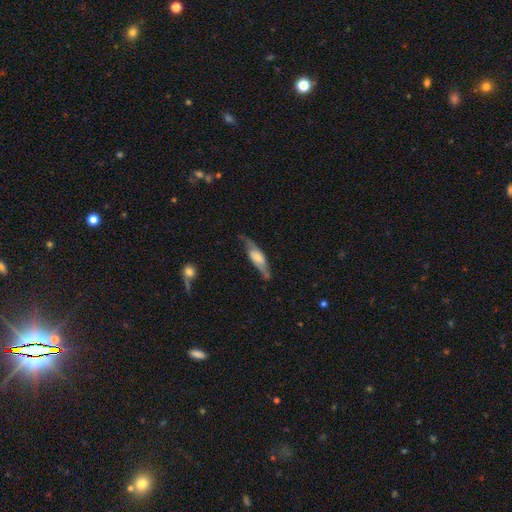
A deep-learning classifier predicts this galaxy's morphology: featured or disk 58%, smooth 35%, star or artifact 6%. Down the decision tree: edge-on disk — yes (54%); merging — none (64%).